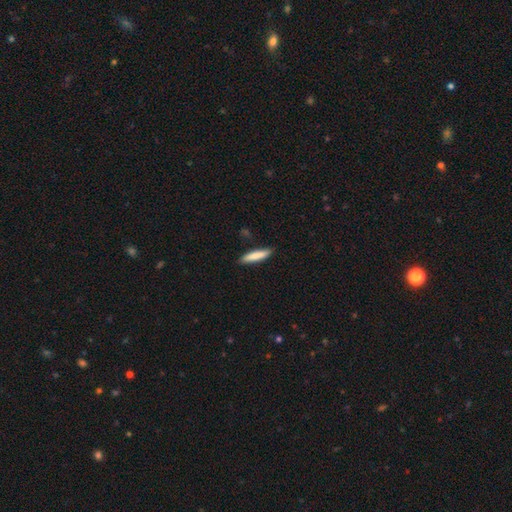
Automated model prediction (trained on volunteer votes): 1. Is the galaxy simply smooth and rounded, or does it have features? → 80% smooth, 14% featured or disk, 6% star or artifact.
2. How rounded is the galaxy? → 86% cigar-shaped, 13% in between, 1% round.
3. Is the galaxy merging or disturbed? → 85% none, 11% minor disturbance, 2% major disturbance, 2% merger.